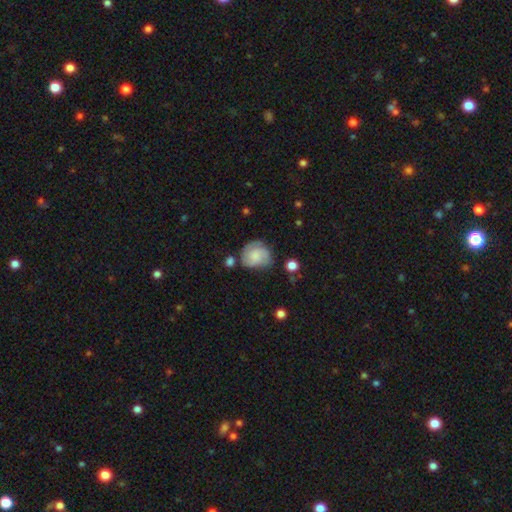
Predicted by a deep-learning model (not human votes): This appears to be a featured or disk galaxy (46%, tied with smooth). Merging: none (56%).